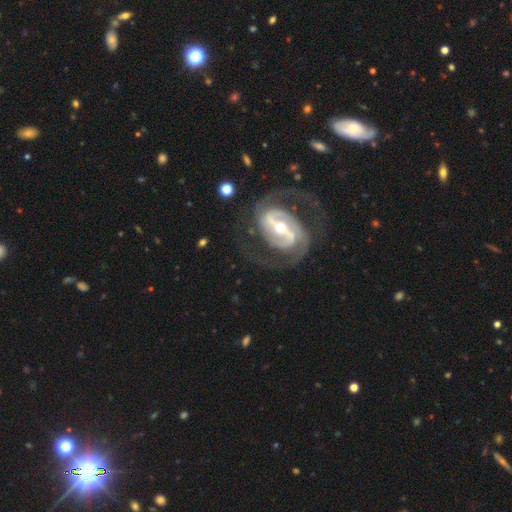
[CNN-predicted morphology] Smooth or featured?
  - featured or disk: 85% *
  - smooth: 7%
  - star or artifact: 7%
Edge-on disk?
  - no: 96% *
  - yes: 4%
Bar?
  - strong: 35% * (tied)
  - weak: 35% * (tied)
  - no: 30%
Spiral arms?
  - yes: 93% *
  - no: 7%
Spiral winding?
  - medium: 44% *
  - tight: 43%
  - loose: 13%
Spiral arm count?
  - 2: 77% *
  - can't tell: 9%
  - 3: 5%
  - 1: 3%
  - 4: 3%
  - more than 4: 3%
Bulge size?
  - moderate: 50% *
  - small: 41%
  - large: 6%
  - dominant: 2%
  - none: 1%
Merging?
  - none: 71% *
  - major disturbance: 14%
  - minor disturbance: 13%
  - merger: 2%